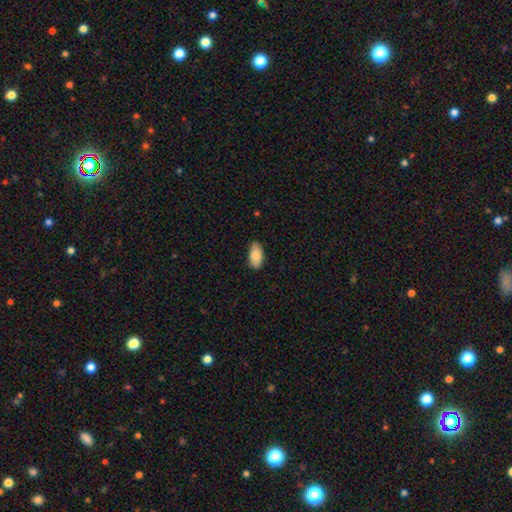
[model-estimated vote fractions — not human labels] Smooth or featured? smooth (85%)
How rounded? in between (93%)
Merging? none (85%)